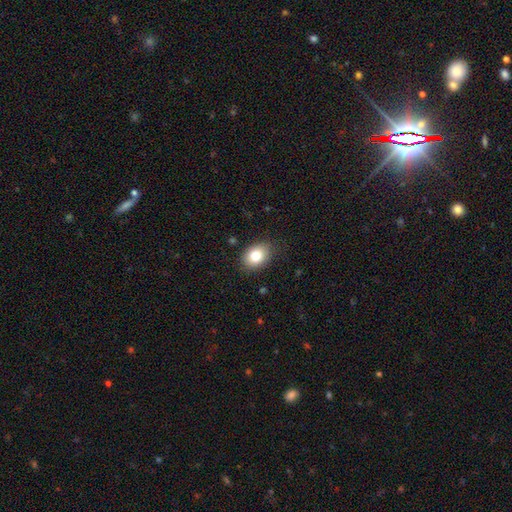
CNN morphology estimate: Smooth or featured: smooth — 80% (featured or disk — 11%)
How rounded: in between — 71% (round — 28%)
Merging: none — 84% (minor disturbance — 12%)